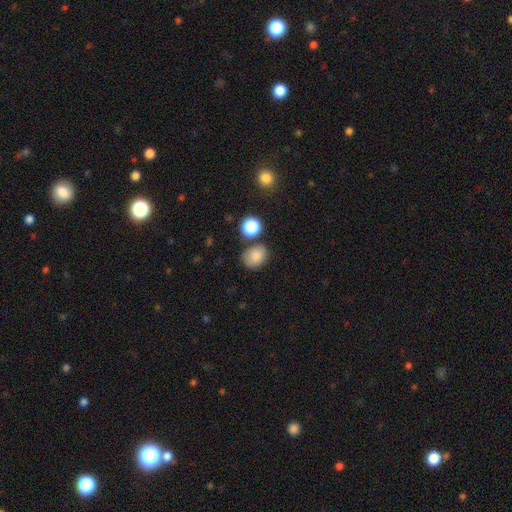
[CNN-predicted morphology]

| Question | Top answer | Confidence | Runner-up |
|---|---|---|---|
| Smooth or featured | smooth | 82% | star or artifact (11%) |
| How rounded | round | 51% | in between (48%) |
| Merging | none | 70% | minor disturbance (16%) |